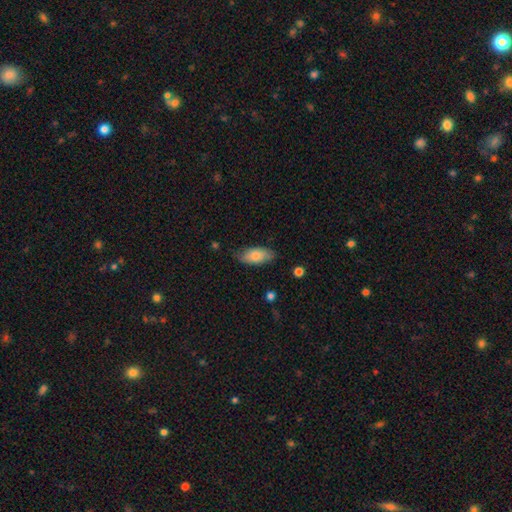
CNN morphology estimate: Smooth or featured: smooth — 80% (featured or disk — 14%)
How rounded: in between — 88% (cigar-shaped — 9%)
Merging: none — 77% (minor disturbance — 18%)